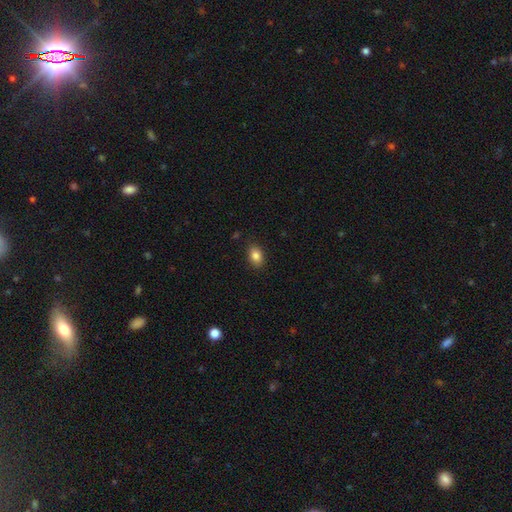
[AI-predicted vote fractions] This is clearly a smooth galaxy (85%). How rounded: likely in between (78%). Merging: clearly none (87%).